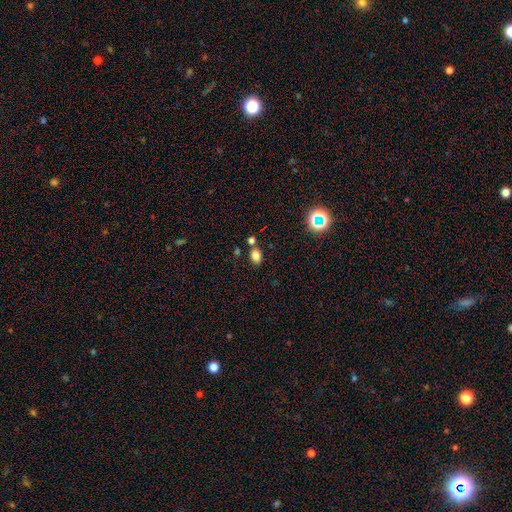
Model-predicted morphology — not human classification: A smooth galaxy with no disk features (78%) that is in between round and cigar-shaped (74%). Merging: none (70%).